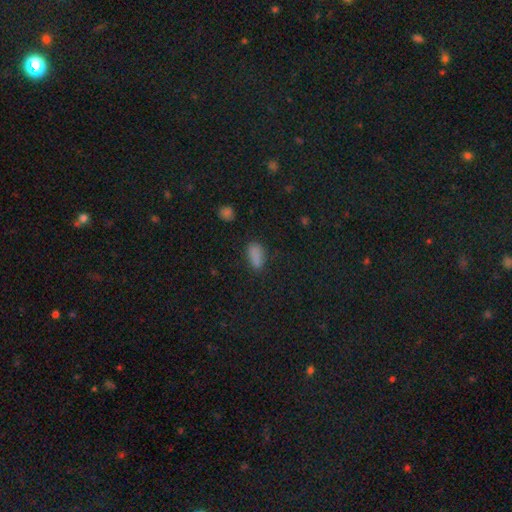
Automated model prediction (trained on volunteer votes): Morphology: type=smooth (78%); roundness=in between (89%); merging=none (69%).